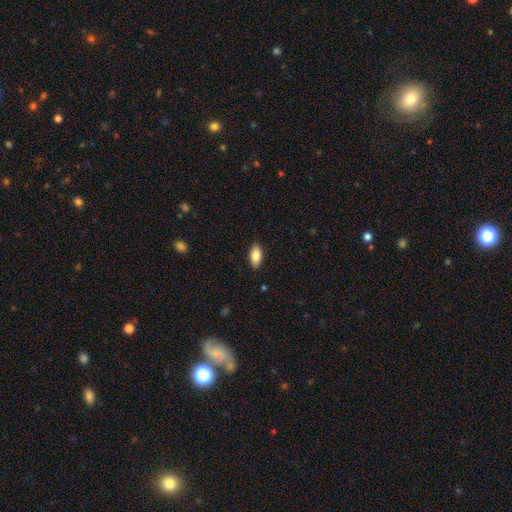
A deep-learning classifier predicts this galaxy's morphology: Overall: smooth (85%). How rounded: in between (91%). Merging: none (89%).